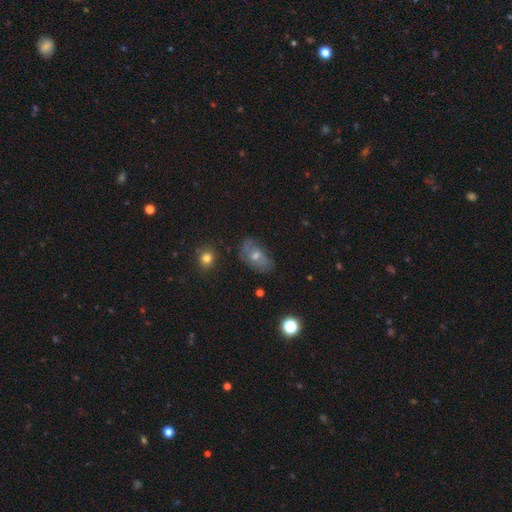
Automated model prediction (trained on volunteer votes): Smooth or featured? Predicted: featured or disk (p=0.45). Merging? Predicted: none (p=0.67).